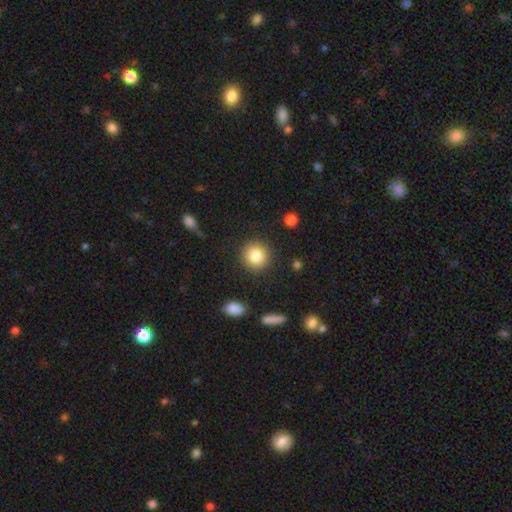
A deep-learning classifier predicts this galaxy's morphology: This appears to be a smooth galaxy with no disk features (84%) that is round (92%). Merging: none (89%).